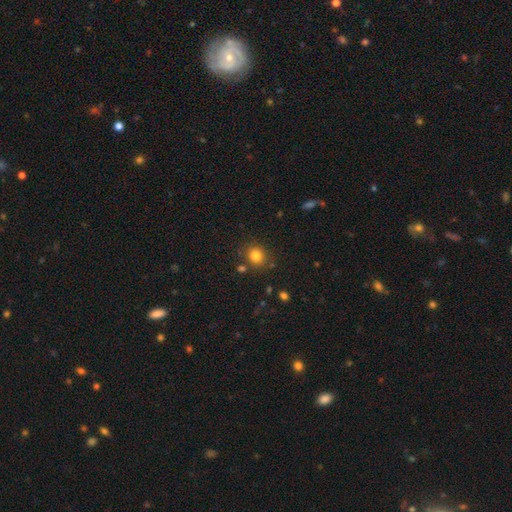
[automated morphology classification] Smooth or featured? Predicted: smooth (p=0.81). How rounded? Predicted: round (p=0.77). Merging? Predicted: none (p=0.79).